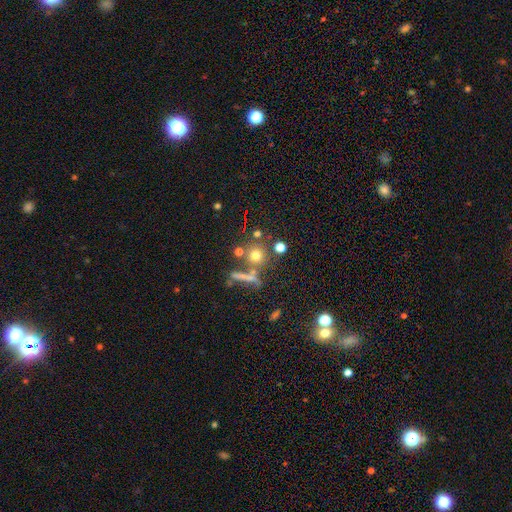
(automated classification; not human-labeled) smooth_or_featured: smooth (p=0.64) [alt: star or artifact p=0.20]
how_rounded: round (p=0.90) [alt: in between p=0.07]
merging: none (p=0.68) [alt: merger p=0.17]